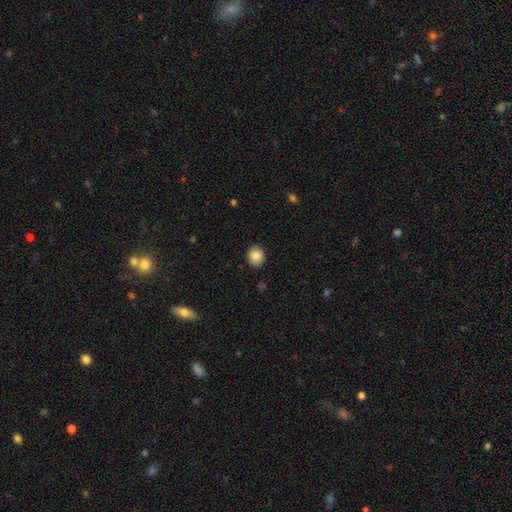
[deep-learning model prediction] The model was most divided on "how rounded": round: 77%, in between: 22%, cigar-shaped: 1%. More confident: merging — none (89%); smooth or featured — smooth (86%).